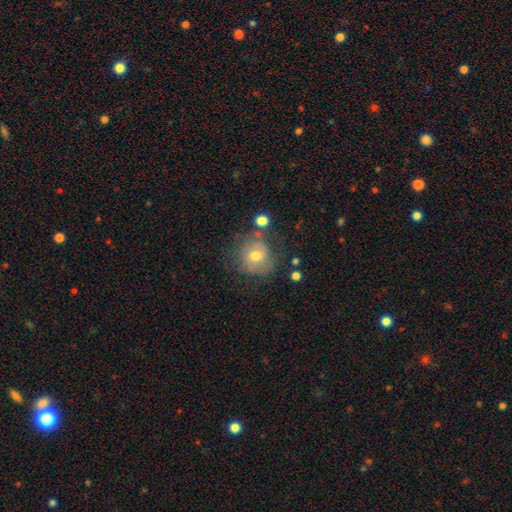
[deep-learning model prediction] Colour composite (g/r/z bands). It shows a smooth galaxy with no disk features (57%) that is round (85%). Merging: none (62%).